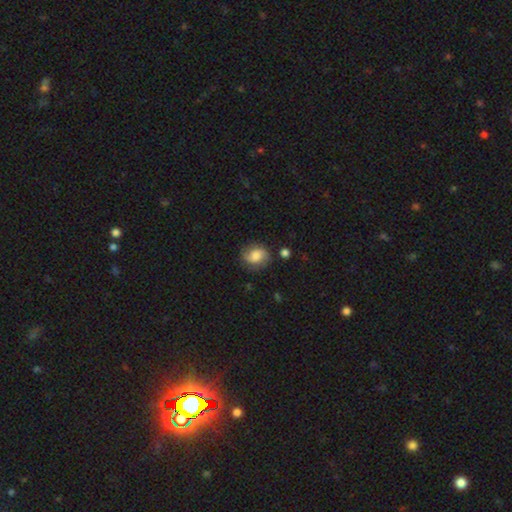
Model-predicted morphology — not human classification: A featured or disk galaxy (52%) with no bar (60%), spiral arms (91%) and a moderate central bulge (37%).

Vote fractions:
- Smooth or featured? featured or disk: 52% / smooth: 39% / star or artifact: 9%
- Edge-on disk? no: 97% / yes: 3%
- Bar? no: 60% / weak: 33% / strong: 6%
- Spiral arms? yes: 91% / no: 9%
- Bulge size? moderate: 37% / large: 29% / small: 19% / none: 11% / dominant: 5%
- Merging? none: 74% / minor disturbance: 17% / major disturbance: 6% / merger: 3%